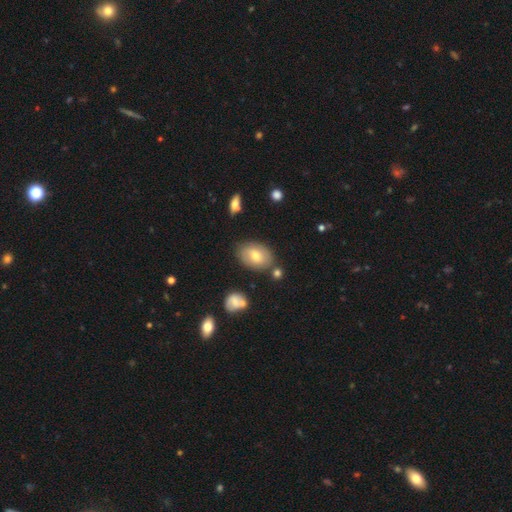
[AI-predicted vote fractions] Smooth or featured? Predicted: smooth (p=0.67). How rounded? Predicted: in between (p=0.85). Merging? Predicted: none (p=0.77).